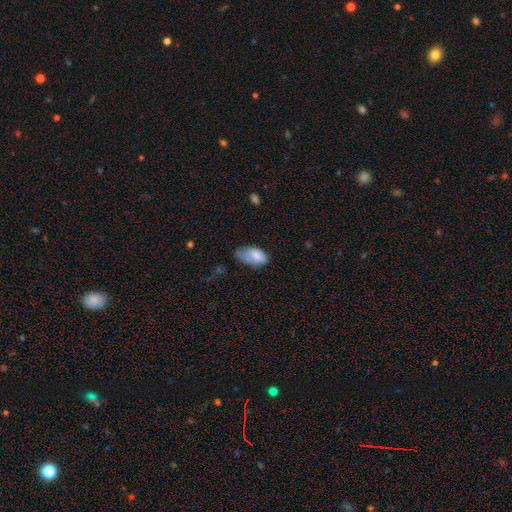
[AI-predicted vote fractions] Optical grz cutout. It shows a smooth galaxy with no disk features (76%) that is in between round and cigar-shaped (94%). Merging: minor disturbance (41%).